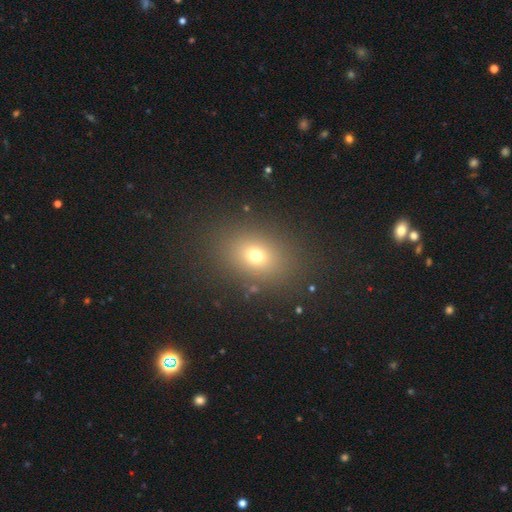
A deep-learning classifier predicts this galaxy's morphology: Smooth or featured?
  - smooth: 69% *
  - star or artifact: 19%
  - featured or disk: 12%
How rounded?
  - in between: 61% *
  - round: 37%
  - cigar-shaped: 2%
Merging?
  - none: 85% *
  - minor disturbance: 8%
  - major disturbance: 5%
  - merger: 2%